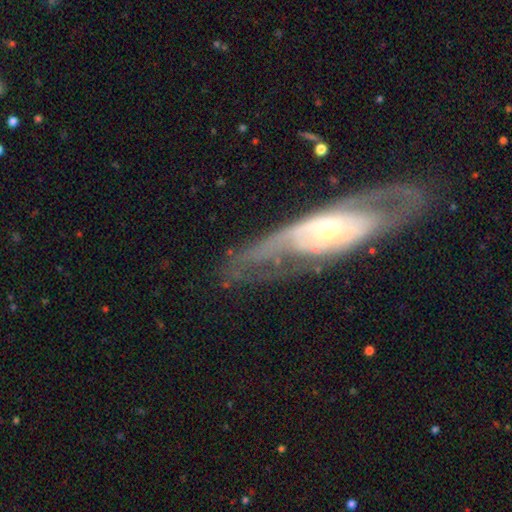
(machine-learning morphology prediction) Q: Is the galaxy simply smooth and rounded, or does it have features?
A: featured or disk — 81%.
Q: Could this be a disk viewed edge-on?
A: no — 75%.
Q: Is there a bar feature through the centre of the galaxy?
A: no — 65%.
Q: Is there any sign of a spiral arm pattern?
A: yes — 76%.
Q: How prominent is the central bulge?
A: small — 61%.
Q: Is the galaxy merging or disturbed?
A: none — 76%.